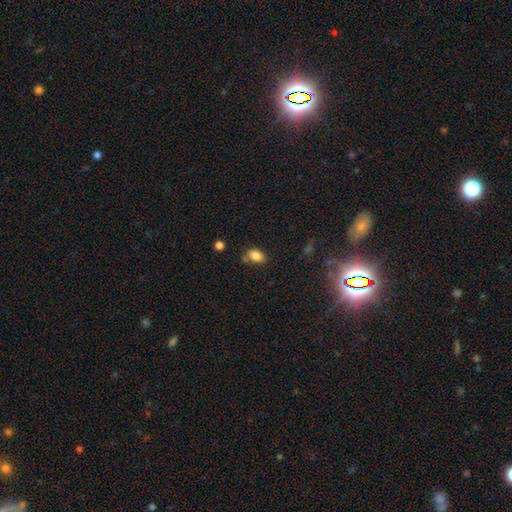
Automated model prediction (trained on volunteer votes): smooth-or-featured: smooth: 83% | star or artifact: 10% | featured or disk: 7%
  how-rounded: in between: 84% | round: 14% | cigar-shaped: 2%
  merging: none: 64% | minor disturbance: 21% | merger: 10% | major disturbance: 5%